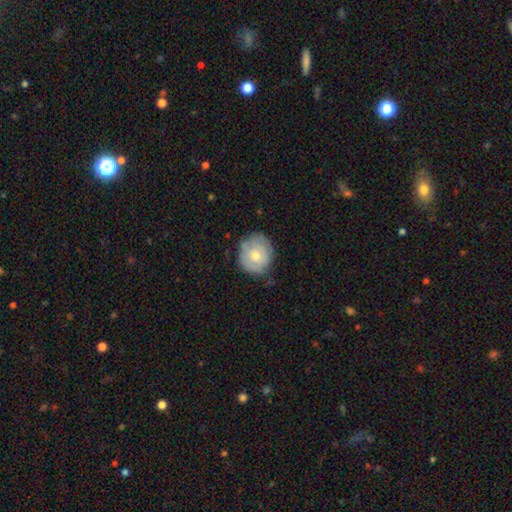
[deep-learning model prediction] Smooth or featured?
  - smooth: 61% *
  - featured or disk: 32%
  - star or artifact: 7%
How rounded?
  - round: 83% *
  - in between: 16%
  - cigar-shaped: 1%
Merging?
  - none: 68% *
  - minor disturbance: 24%
  - major disturbance: 6%
  - merger: 2%